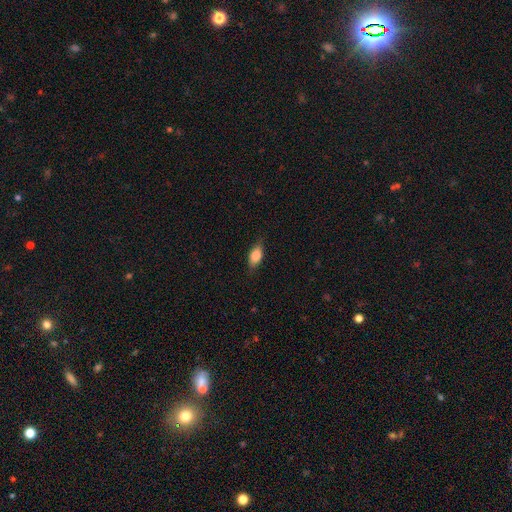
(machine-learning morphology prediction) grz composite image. It shows a smooth galaxy with no disk features (78%) that is in between round and cigar-shaped (84%). Merging: none (80%).